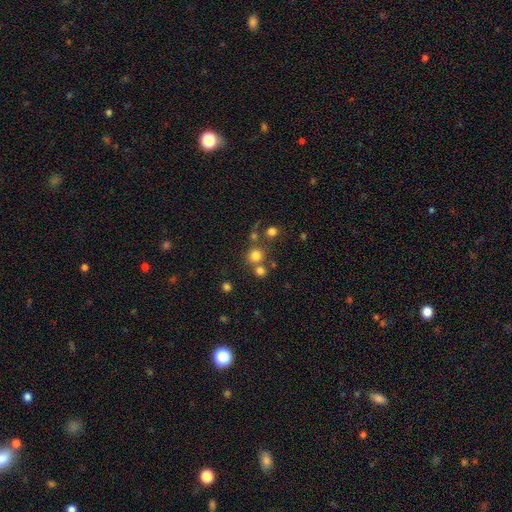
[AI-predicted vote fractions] This is likely a smooth galaxy (75%). How rounded: clearly round (91%). Merging: likely none (64%).